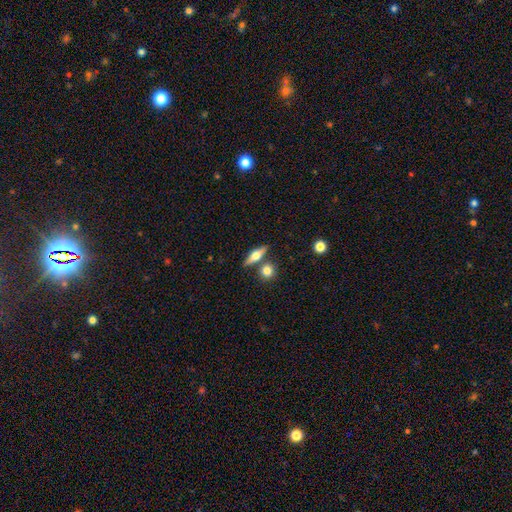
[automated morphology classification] The model was most divided on "smooth or featured": featured or disk: 51%, smooth: 42%, star or artifact: 7%. More confident: edge-on disk — yes (92%); merging — none (74%).